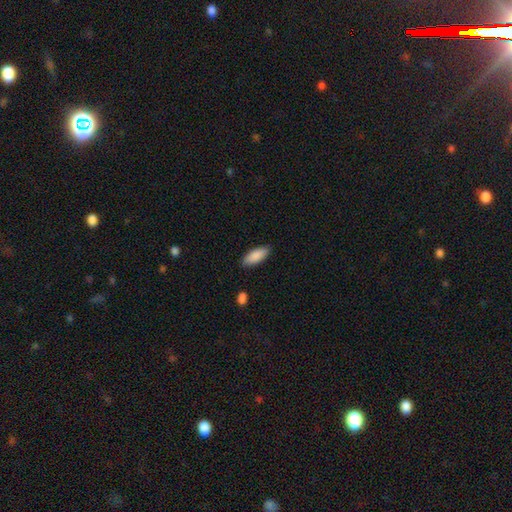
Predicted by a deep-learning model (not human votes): smooth 88%, featured or disk 6%, star or artifact 6%. Down the decision tree: how rounded — in between (77%); merging — none (86%).